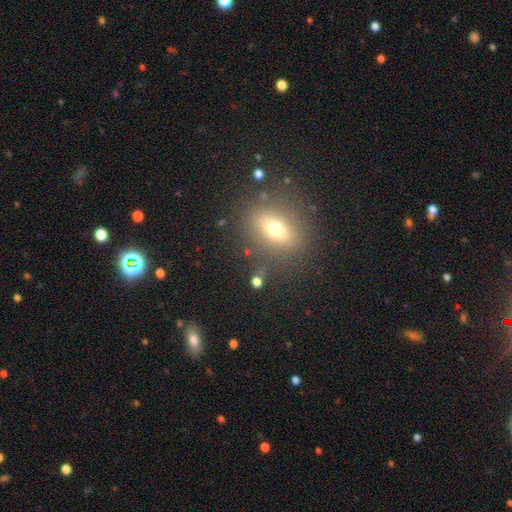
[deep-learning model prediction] This appears to be a smooth galaxy with no disk features (56%) that is in between round and cigar-shaped (60%). Merging: none (84%).